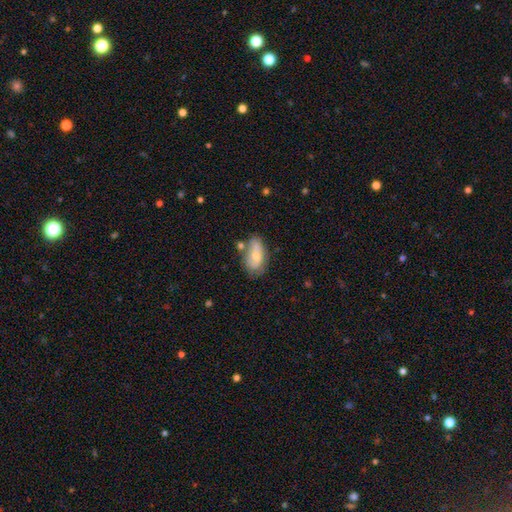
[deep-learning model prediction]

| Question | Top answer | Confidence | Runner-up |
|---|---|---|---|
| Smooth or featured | smooth | 57% | featured or disk (36%) |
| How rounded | in between | 90% | round (6%) |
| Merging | none | 52% | minor disturbance (27%) |